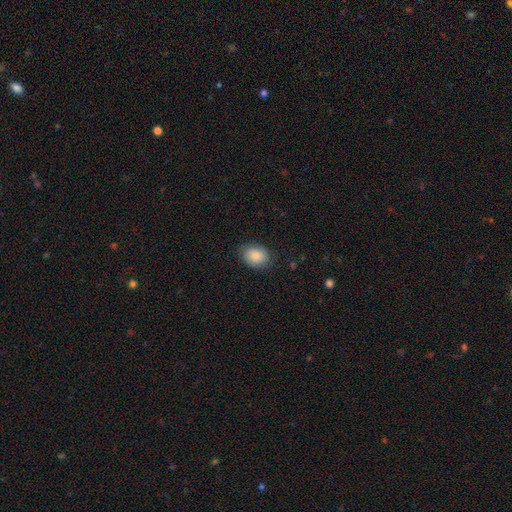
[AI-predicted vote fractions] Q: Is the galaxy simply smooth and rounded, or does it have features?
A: smooth — 86%.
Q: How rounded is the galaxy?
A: in between — 72%.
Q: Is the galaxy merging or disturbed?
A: none — 79%.